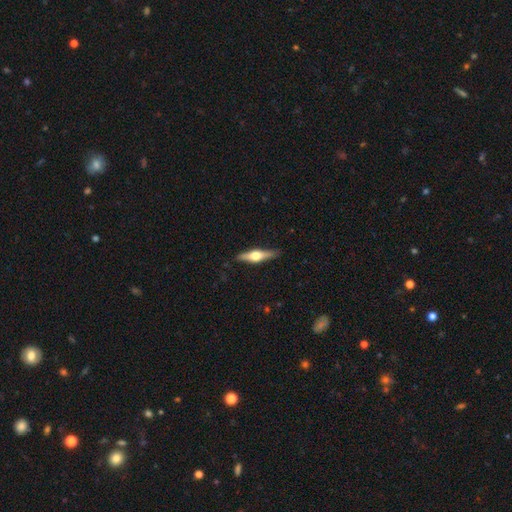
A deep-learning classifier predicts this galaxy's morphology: The model was most divided on "smooth or featured": featured or disk: 63%, smooth: 32%, star or artifact: 5%. More confident: edge-on disk — yes (96%); edge-on bulge — rounded (94%); merging — none (87%).